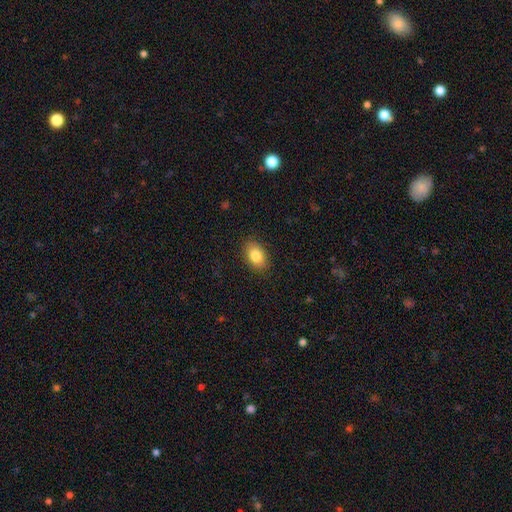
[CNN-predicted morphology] Smooth or featured? Predicted: smooth (p=0.84). How rounded? Predicted: in between (p=0.85). Merging? Predicted: none (p=0.88).